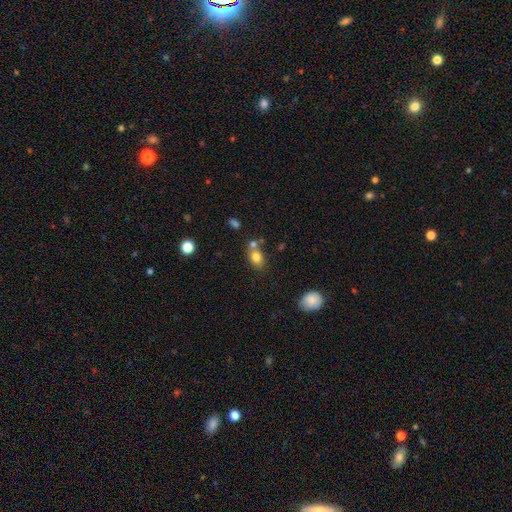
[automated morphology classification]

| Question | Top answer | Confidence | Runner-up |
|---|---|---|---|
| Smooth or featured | smooth | 79% | star or artifact (11%) |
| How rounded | in between | 57% | round (42%) |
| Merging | none | 54% | merger (29%) |